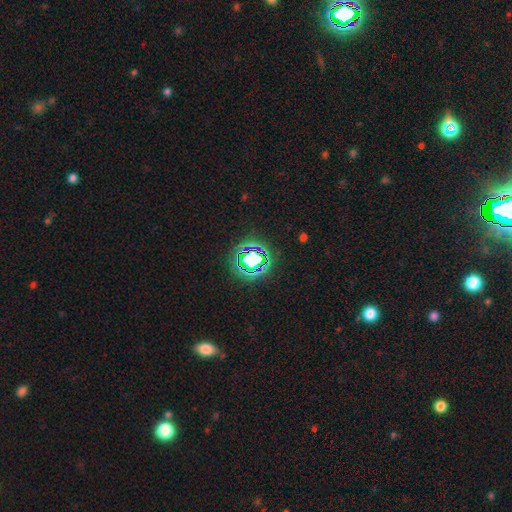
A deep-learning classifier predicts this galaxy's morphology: Overall: star or artifact (71%).